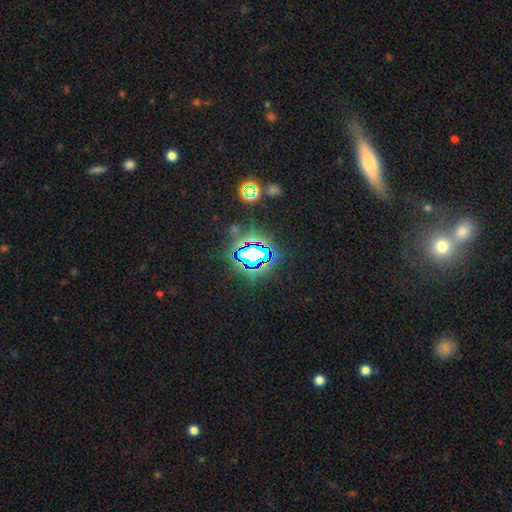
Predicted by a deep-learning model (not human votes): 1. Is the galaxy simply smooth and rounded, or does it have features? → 77% star or artifact, 12% smooth, 11% featured or disk.